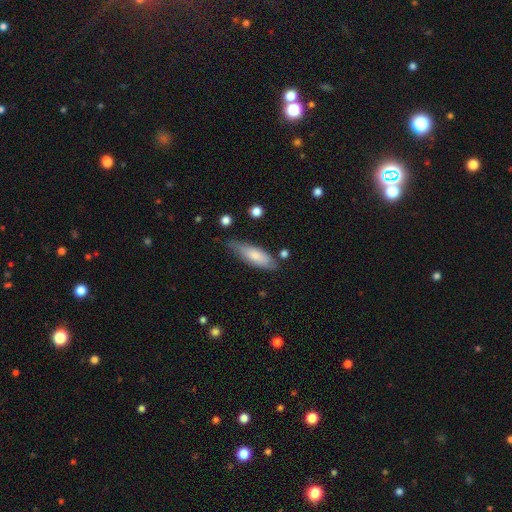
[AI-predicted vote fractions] smooth 73%, featured or disk 21%, star or artifact 6%. Down the decision tree: how rounded — in between (54%); merging — none (61%).